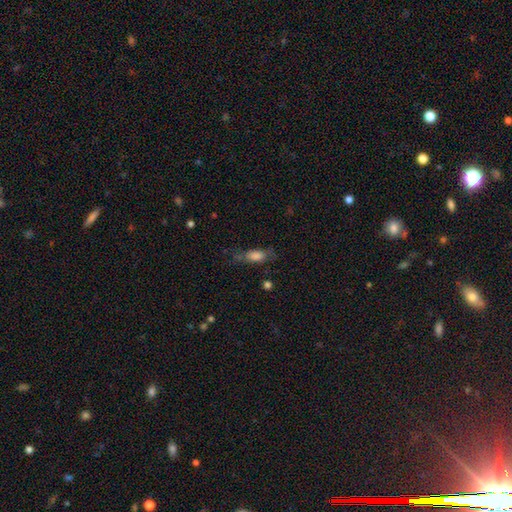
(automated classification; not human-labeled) smooth-or-featured: smooth: 53% | featured or disk: 33% | star or artifact: 14%
  how-rounded: in between: 53% | cigar-shaped: 42% | round: 5%
  merging: none: 58% | minor disturbance: 23% | major disturbance: 16% | merger: 2%